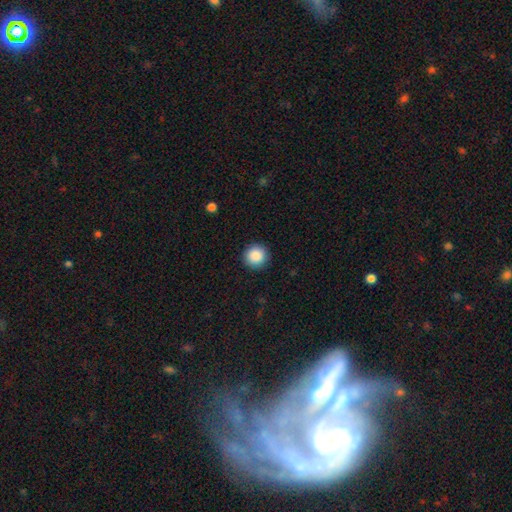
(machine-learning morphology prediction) The model was most divided on "smooth or featured": smooth: 89%, star or artifact: 8%, featured or disk: 3%. More confident: how rounded — round (96%); merging — none (92%).